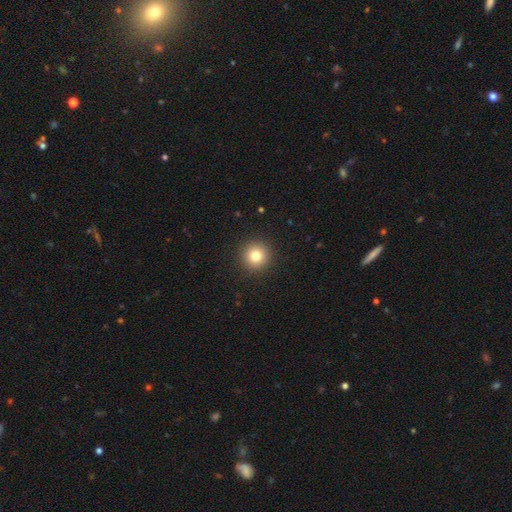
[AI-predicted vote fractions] This is clearly a smooth galaxy (80%). How rounded: clearly round (95%). Merging: clearly none (93%).